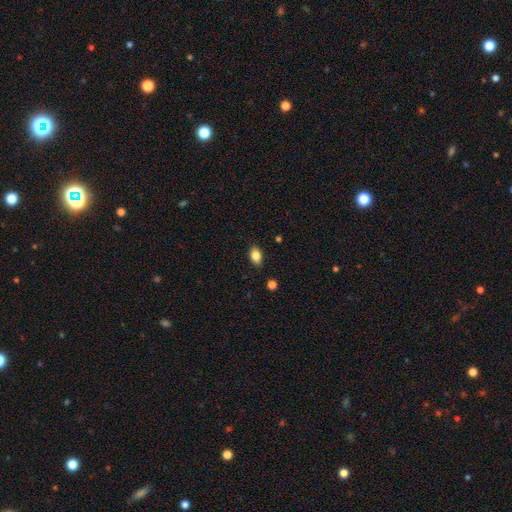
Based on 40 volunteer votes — Smooth or featured: smooth — 88% (star or artifact — 10%)
How rounded: in between — 77% (round — 20%)
Merging: none — 86% (minor disturbance — 14%)